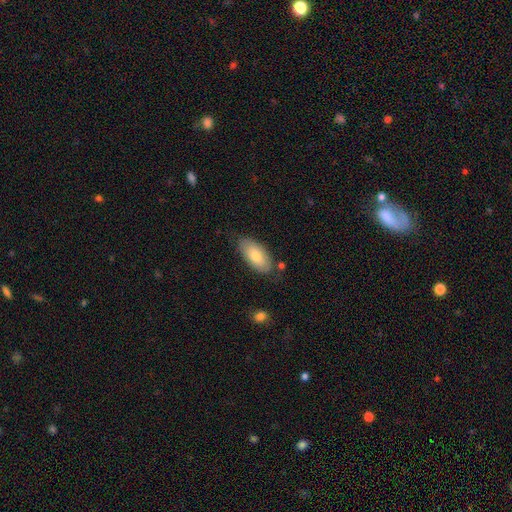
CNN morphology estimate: smooth_or_featured: smooth (p=0.78) [alt: featured or disk p=0.16]
how_rounded: in between (p=0.92) [alt: cigar-shaped p=0.05]
merging: none (p=0.74) [alt: minor disturbance p=0.19]